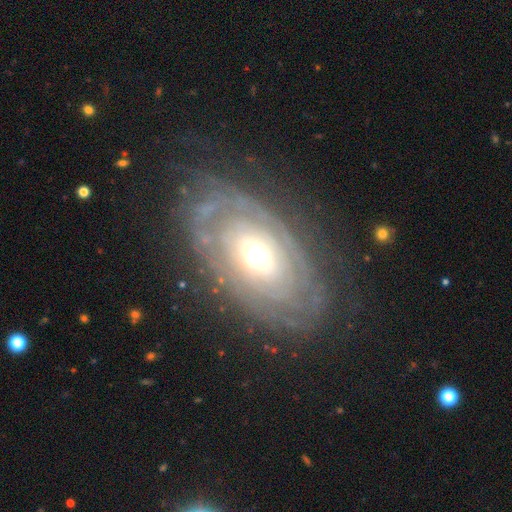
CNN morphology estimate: smooth_or_featured: featured or disk (p=0.79) [alt: smooth p=0.15]
disk_edge_on: no (p=0.93) [alt: yes p=0.07]
bar: no (p=0.76) [alt: weak p=0.17]
has_spiral_arms: yes (p=0.76) [alt: no p=0.24]
spiral_winding: tight (p=0.80) [alt: medium p=0.15]
spiral_arm_count: can't tell (p=0.55) [alt: 2 p=0.15]
bulge_size: moderate (p=0.65) [alt: small p=0.23]
merging: none (p=0.73) [alt: minor disturbance p=0.17]